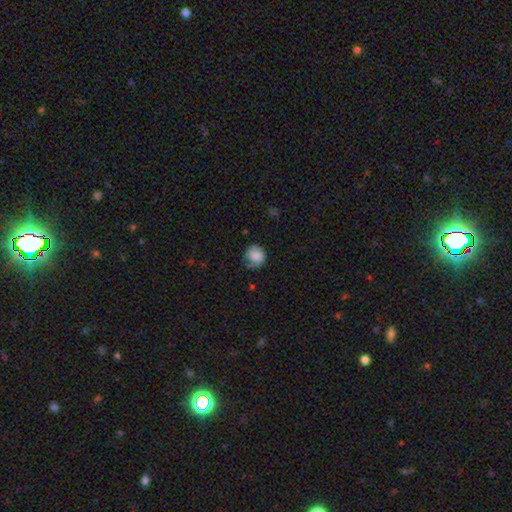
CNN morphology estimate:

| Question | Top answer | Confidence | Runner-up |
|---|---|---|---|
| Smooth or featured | smooth | 64% | featured or disk (28%) |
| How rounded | round | 78% | in between (22%) |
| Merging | none | 53% | minor disturbance (30%) |